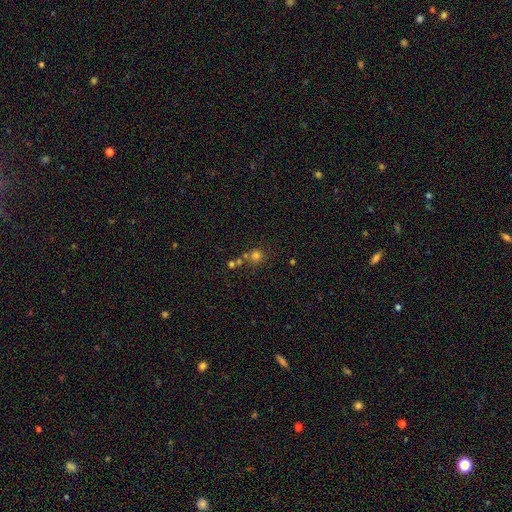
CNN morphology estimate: This is likely a smooth galaxy (65%). How rounded: clearly round (89%). Merging: likely none (64%).